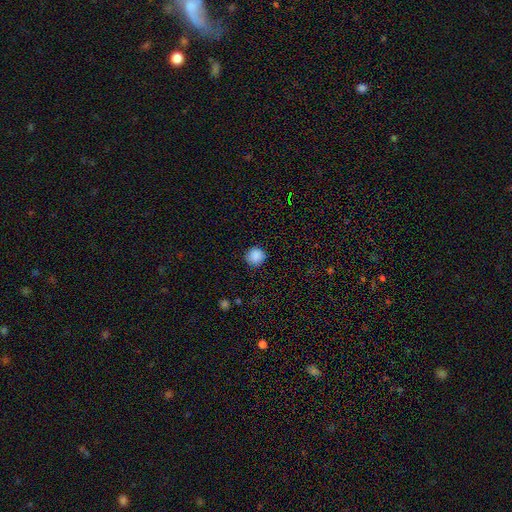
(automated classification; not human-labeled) This appears to be a smooth galaxy with no disk features (88%) that is round (94%). Merging: none (89%).